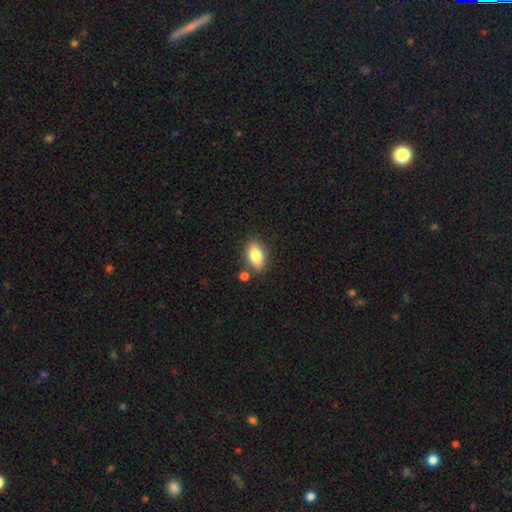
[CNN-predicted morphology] Smooth or featured? smooth (83%)
How rounded? in between (88%)
Merging? none (78%)